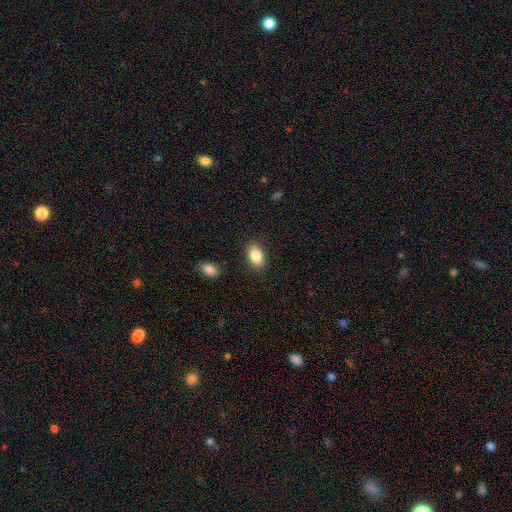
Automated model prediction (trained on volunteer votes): Smooth or featured: smooth — 85% (star or artifact — 8%)
How rounded: in between — 89% (round — 10%)
Merging: none — 87% (minor disturbance — 9%)